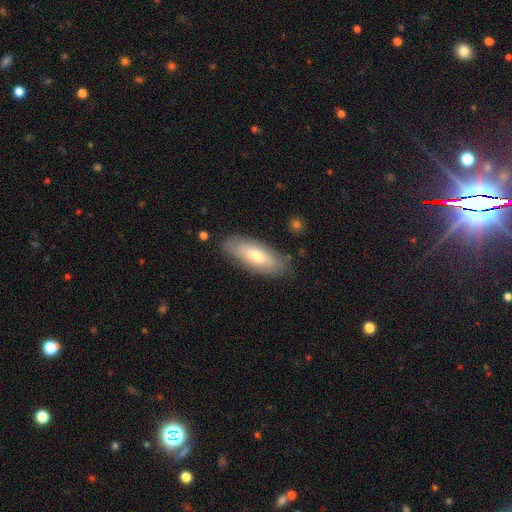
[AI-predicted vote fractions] Morphology: type=smooth (64%); roundness=in between (76%); merging=none (82%).